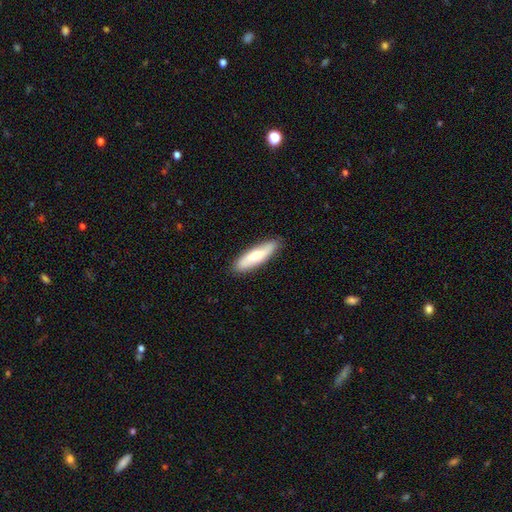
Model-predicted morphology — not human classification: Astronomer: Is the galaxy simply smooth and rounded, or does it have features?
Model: smooth — 60% (runner-up: featured or disk, 35%).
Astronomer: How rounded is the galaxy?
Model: cigar-shaped — 62%.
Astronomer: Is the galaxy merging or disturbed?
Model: none — 87%.